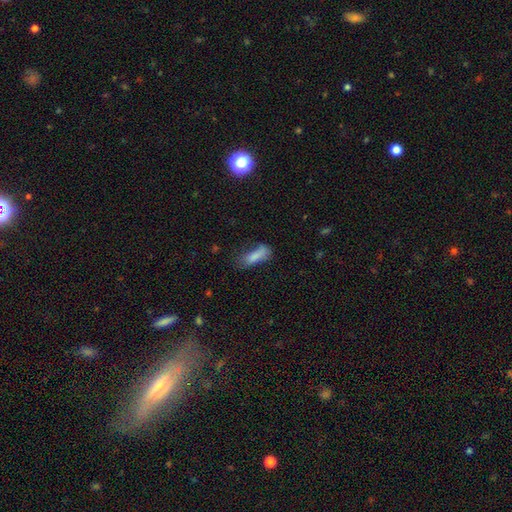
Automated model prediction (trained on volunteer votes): smooth 78%, featured or disk 12%, star or artifact 10%. Down the decision tree: how rounded — in between (60%); merging — none (39%).